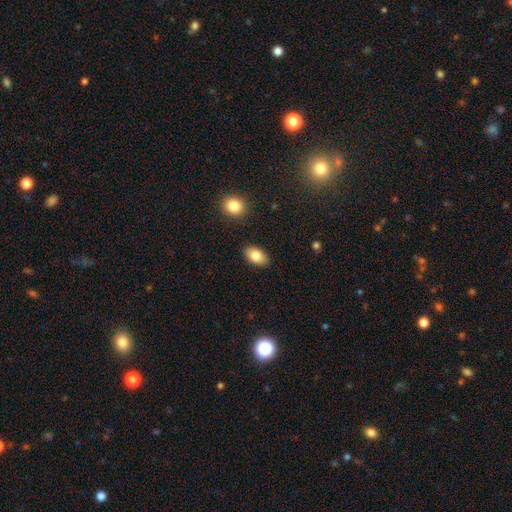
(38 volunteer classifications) Overall: smooth (87%). How rounded: in between (94%). Merging: none (86%).